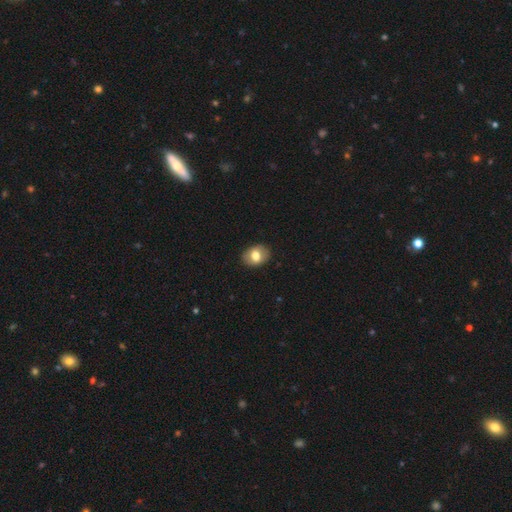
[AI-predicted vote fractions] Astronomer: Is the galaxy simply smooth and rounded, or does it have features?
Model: smooth — 74%.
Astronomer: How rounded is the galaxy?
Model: in between — 65%.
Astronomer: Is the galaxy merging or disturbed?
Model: none — 88%.